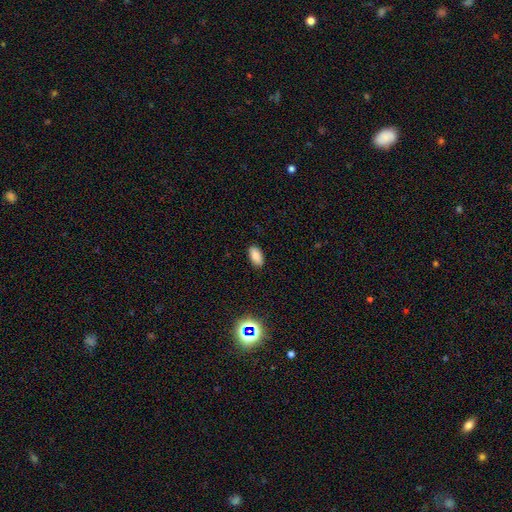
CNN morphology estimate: Q: Smooth or featured?
A: smooth (82%); runner-up: star or artifact (11%)
Q: How rounded?
A: in between (92%); runner-up: cigar-shaped (4%)
Q: Merging?
A: none (87%); runner-up: minor disturbance (10%)